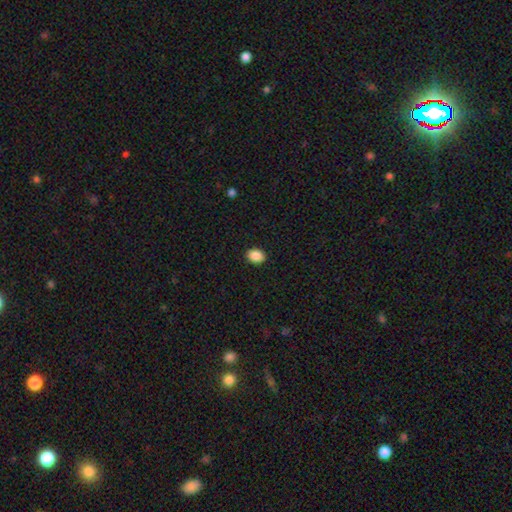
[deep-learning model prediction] Smooth or featured? smooth (89%)
How rounded? in between (68%)
Merging? none (91%)